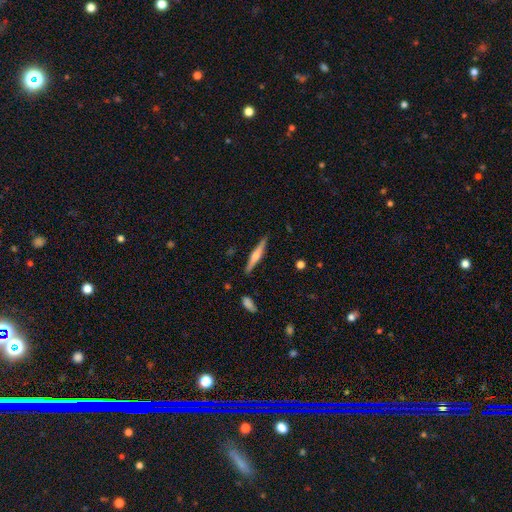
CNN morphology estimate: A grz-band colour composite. It shows a featured or disk galaxy (61%) viewed edge-on (97%) with a rounded central bulge (77%). Merging: none (87%).